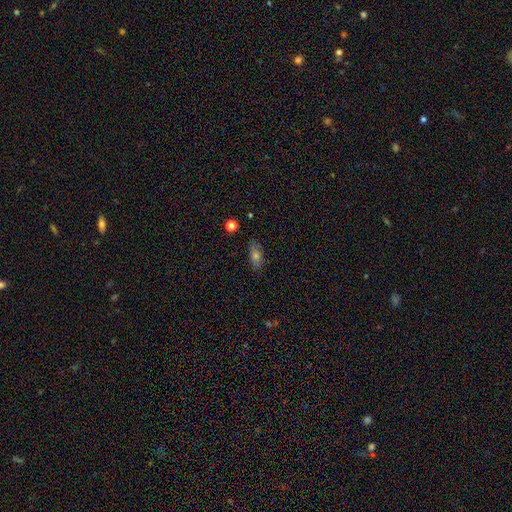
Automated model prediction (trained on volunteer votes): A smooth galaxy with no disk features (65%) that is in between round and cigar-shaped (73%). Merging: none (84%).